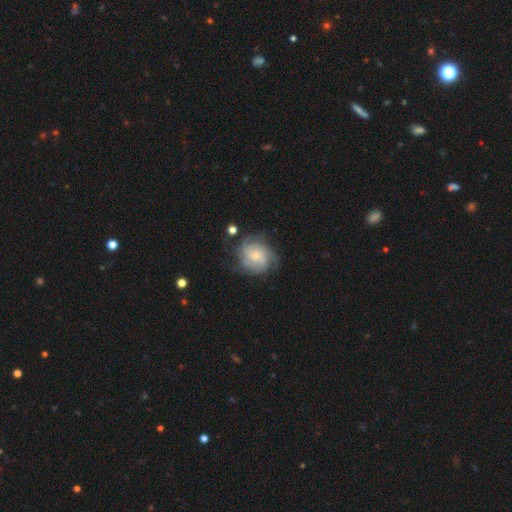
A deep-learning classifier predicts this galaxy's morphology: smooth-or-featured: featured or disk: 78% | smooth: 15% | star or artifact: 7%
  disk-edge-on: no: 98% | yes: 2%
    bar: no: 70% | weak: 26% | strong: 4%
    has-spiral-arms: yes: 95% | no: 5%
      spiral-winding: tight: 58% | medium: 32% | loose: 9%
      spiral-arm-count: can't tell: 30% | 4: 27% | 3: 19% | 2: 10% | more than 4: 8% | 1: 6%
    bulge-size: small: 64% | moderate: 27% | none: 5% | large: 3% | dominant: 1%
  merging: none: 69% | minor disturbance: 18% | major disturbance: 10% | merger: 2%